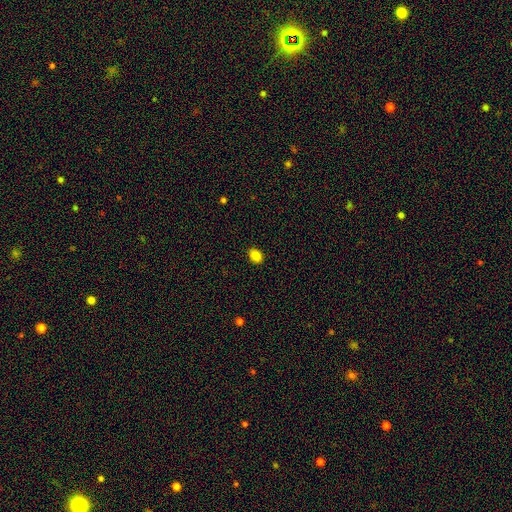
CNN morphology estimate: Overall: smooth (85%). How rounded: in between (65%; round 34%). Merging: none (90%).